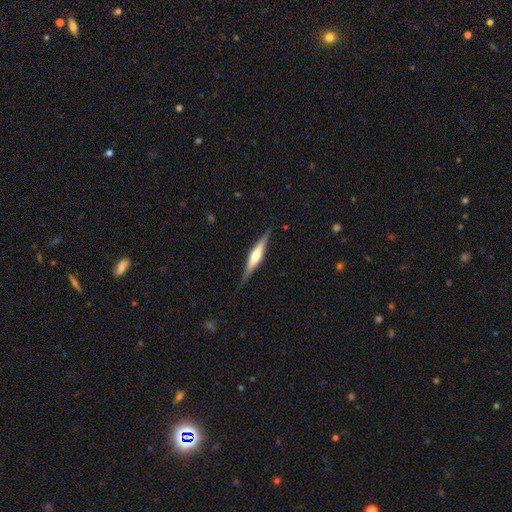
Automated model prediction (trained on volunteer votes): Smooth or featured? featured or disk (66%)
Edge-on disk? yes (97%)
Edge-on bulge? rounded (78%)
Merging? none (87%)